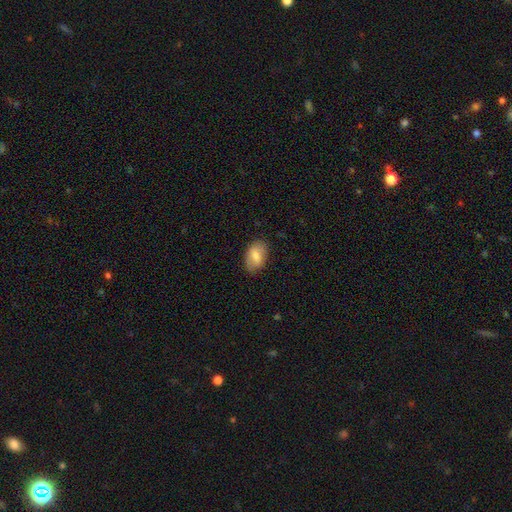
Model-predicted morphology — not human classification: smooth_or_featured: smooth (p=0.75) [alt: featured or disk p=0.18]
how_rounded: in between (p=0.90) [alt: round p=0.09]
merging: none (p=0.78) [alt: minor disturbance p=0.17]